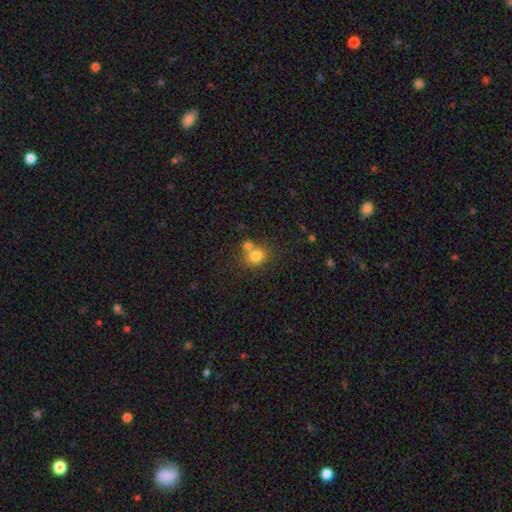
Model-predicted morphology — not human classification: A smooth galaxy with no disk features (79%) that is round (68%).

Vote fractions:
- Smooth or featured? smooth: 79% / star or artifact: 11% / featured or disk: 10%
- How rounded? round: 68% / in between: 31% / cigar-shaped: 1%
- Merging? none: 48% / merger: 38% / minor disturbance: 10% / major disturbance: 4%